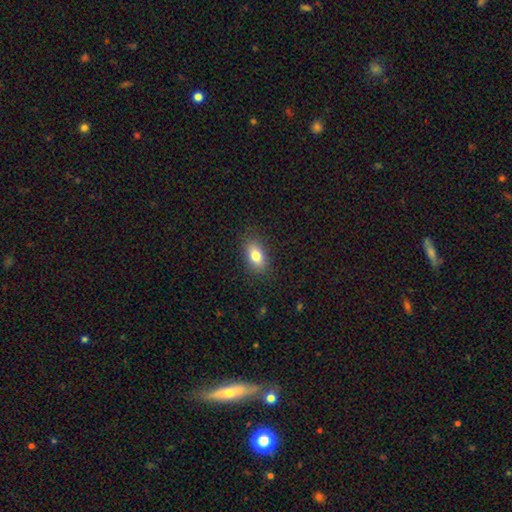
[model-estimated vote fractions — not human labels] A smooth galaxy with no disk features (81%) that is in between round and cigar-shaped (87%).

Vote fractions:
- Smooth or featured? smooth: 81% / featured or disk: 10% / star or artifact: 9%
- How rounded? in between: 87% / round: 9% / cigar-shaped: 5%
- Merging? none: 87% / minor disturbance: 10% / major disturbance: 3% / merger: 1%